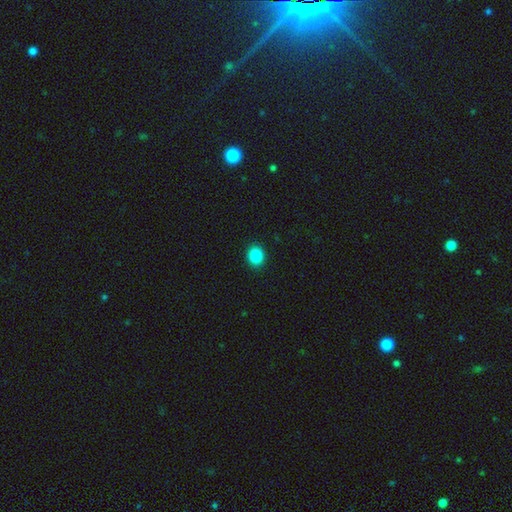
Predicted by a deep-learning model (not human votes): smooth_or_featured: smooth (p=0.87) [alt: star or artifact p=0.09]
how_rounded: round (p=0.69) [alt: in between p=0.30]
merging: none (p=0.92) [alt: minor disturbance p=0.06]